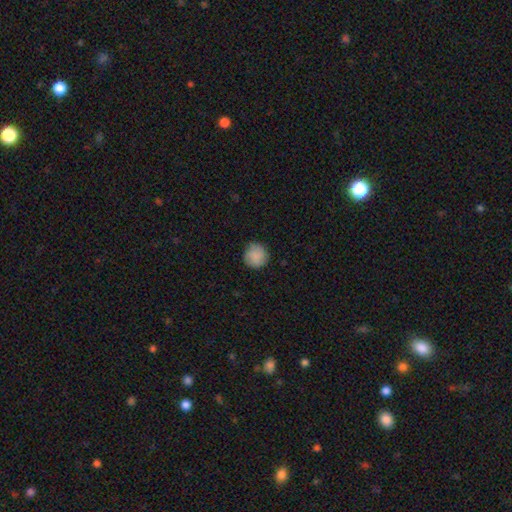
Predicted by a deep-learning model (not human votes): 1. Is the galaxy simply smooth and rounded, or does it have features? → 86% smooth, 8% featured or disk, 7% star or artifact.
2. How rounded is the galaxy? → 94% round, 5% in between, 1% cigar-shaped.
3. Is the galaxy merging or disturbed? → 84% none, 13% minor disturbance, 3% major disturbance, 1% merger.